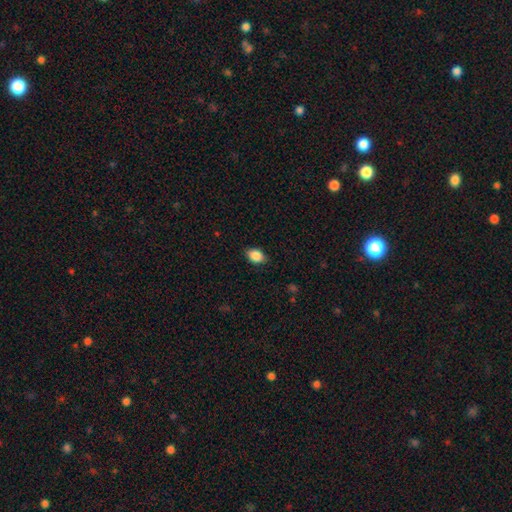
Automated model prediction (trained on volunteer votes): The model was most divided on "how rounded": in between: 77%, round: 21%, cigar-shaped: 1%. More confident: smooth or featured — smooth (88%); merging — none (84%).